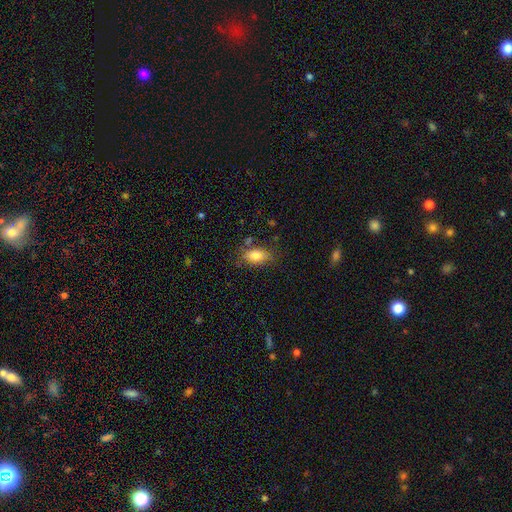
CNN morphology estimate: Smooth or featured: smooth — 81% (featured or disk — 11%)
How rounded: in between — 87% (round — 8%)
Merging: none — 72% (minor disturbance — 19%)